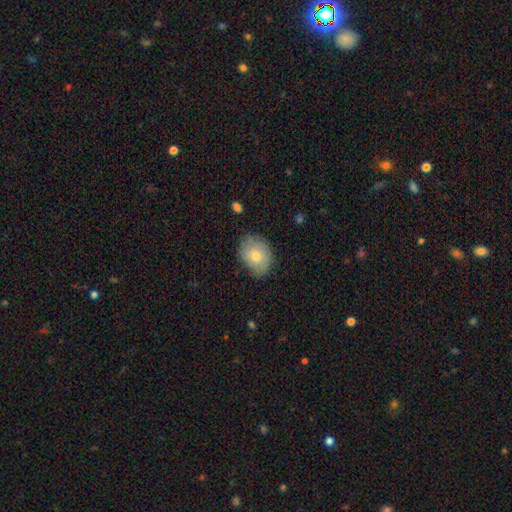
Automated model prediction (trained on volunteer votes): Smooth or featured?
  - smooth: 70% *
  - featured or disk: 22%
  - star or artifact: 7%
How rounded?
  - in between: 62% *
  - round: 37%
  - cigar-shaped: 1%
Merging?
  - none: 73% *
  - minor disturbance: 22%
  - major disturbance: 4%
  - merger: 1%